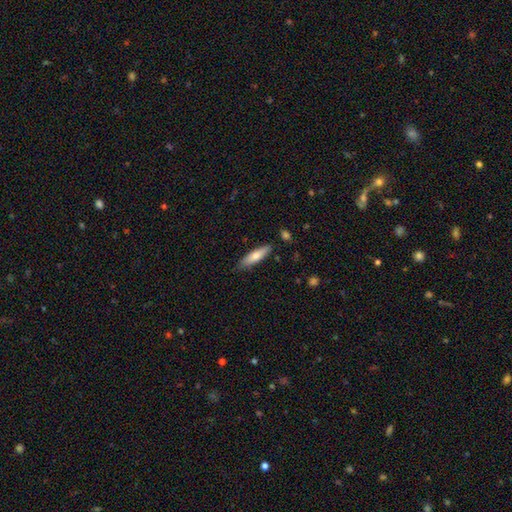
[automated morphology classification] type=smooth (71%); roundness=cigar-shaped (70%); merging=none (82%).